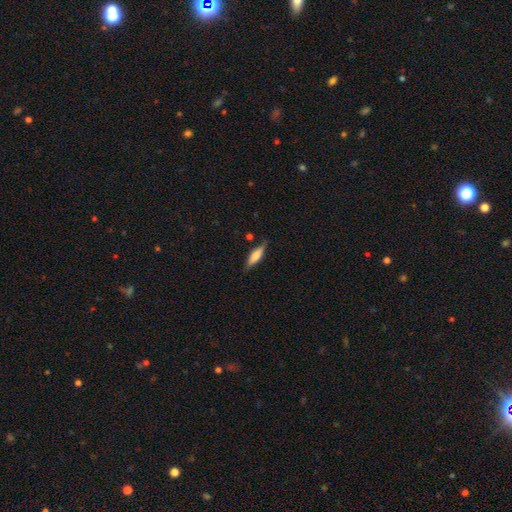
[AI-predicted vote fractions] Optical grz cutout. It shows a smooth galaxy with no disk features (61%) that is cigar-shaped (62%). Merging: none (79%).